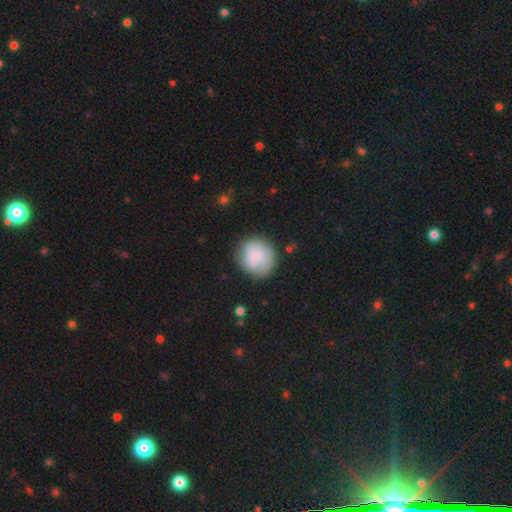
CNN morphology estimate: A smooth galaxy with no disk features (69%) that is round (87%). Merging: none (73%).